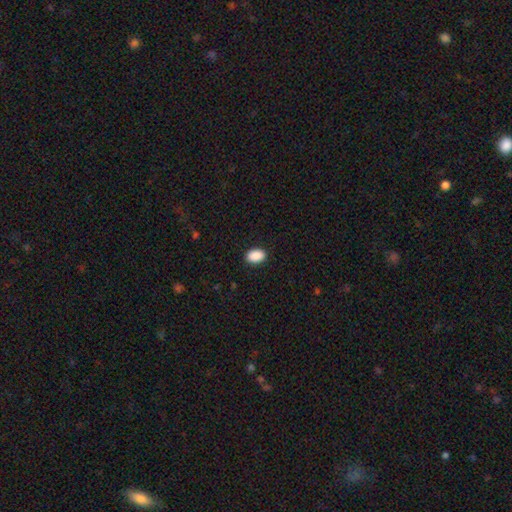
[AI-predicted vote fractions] smooth 91%, star or artifact 7%, featured or disk 2%. Down the decision tree: how rounded — in between (88%); merging — none (90%).